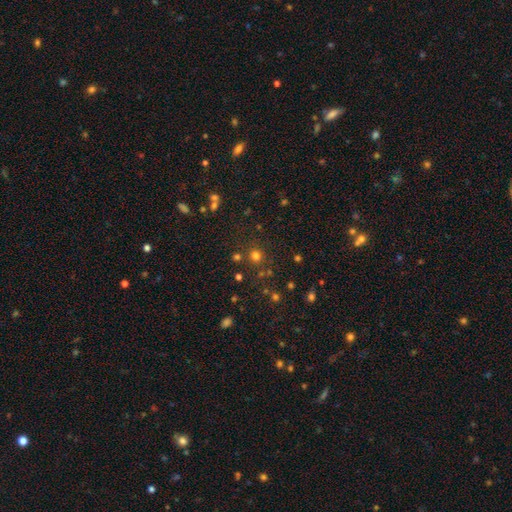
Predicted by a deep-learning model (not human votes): Smooth or featured? Predicted: smooth (p=0.72). How rounded? Predicted: round (p=0.93). Merging? Predicted: none (p=0.84).